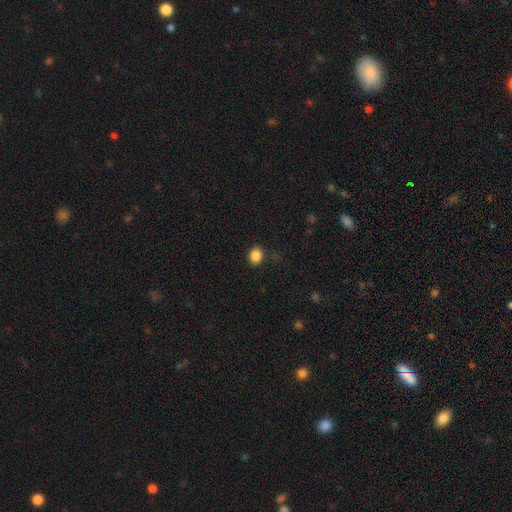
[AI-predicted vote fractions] smooth 87%, star or artifact 10%, featured or disk 3%. Down the decision tree: how rounded — round (54%); merging — none (86%).